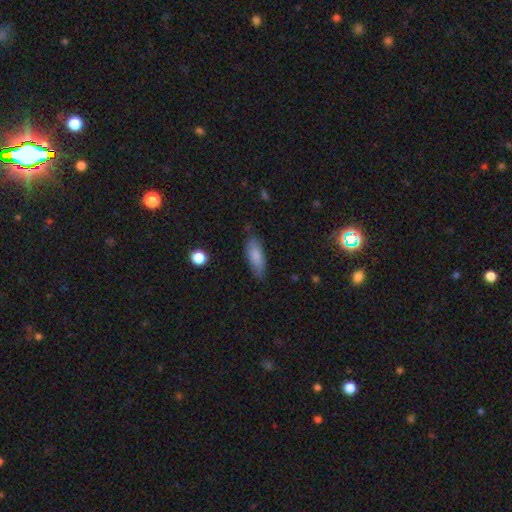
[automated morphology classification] Smooth or featured? Predicted: smooth (p=0.81). How rounded? Predicted: in between (p=0.70). Merging? Predicted: none (p=0.74).